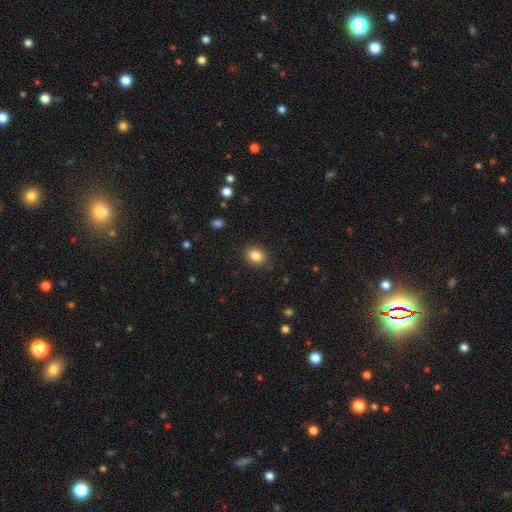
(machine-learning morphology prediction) The model was most divided on "how rounded": in between: 53%, round: 46%, cigar-shaped: 1%. More confident: merging — none (87%); smooth or featured — smooth (85%).